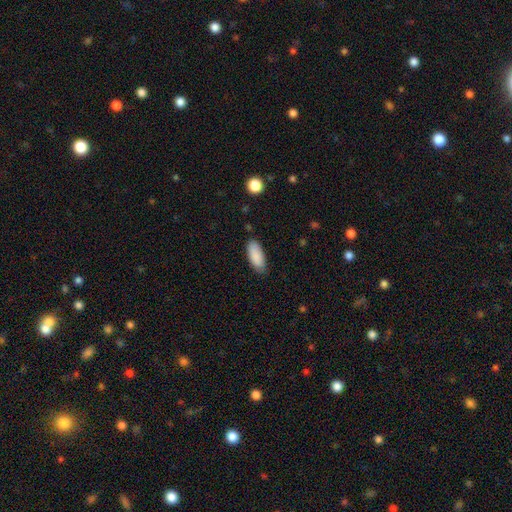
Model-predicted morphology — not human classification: Smooth or featured?
  - smooth: 89% *
  - star or artifact: 6%
  - featured or disk: 5%
How rounded?
  - in between: 84% *
  - cigar-shaped: 15%
  - round: 2%
Merging?
  - none: 78% *
  - minor disturbance: 18%
  - major disturbance: 3%
  - merger: 1%